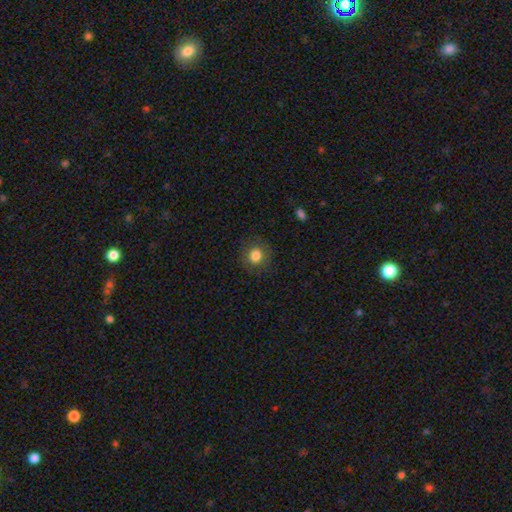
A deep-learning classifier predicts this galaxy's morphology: Smooth or featured? smooth (82%)
How rounded? round (83%)
Merging? none (86%)